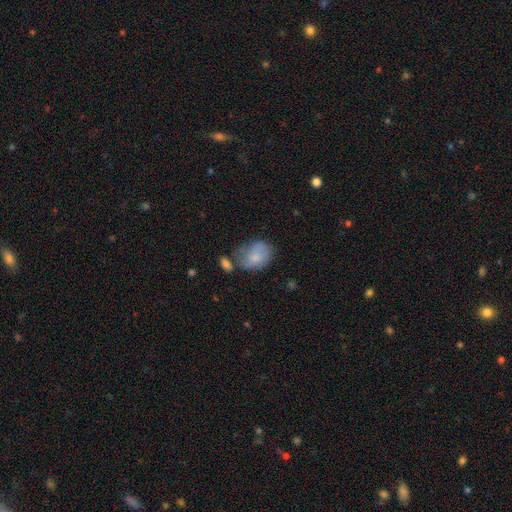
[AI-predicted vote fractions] smooth 77%, featured or disk 16%, star or artifact 7%. Down the decision tree: how rounded — in between (66%); merging — none (46%).